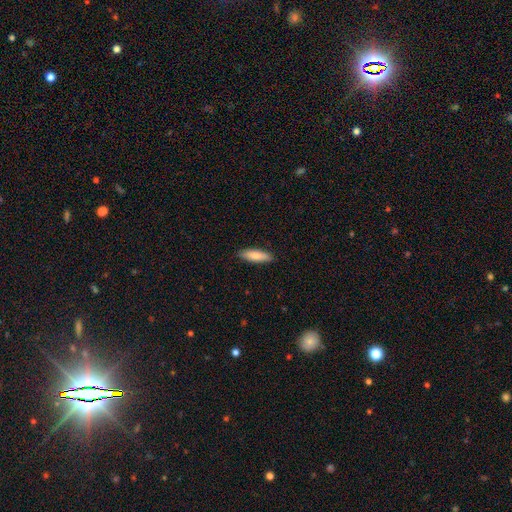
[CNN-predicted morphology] The model was most divided on "how rounded": cigar-shaped: 56%, in between: 43%, round: 2%. More confident: merging — none (88%); smooth or featured — smooth (84%).